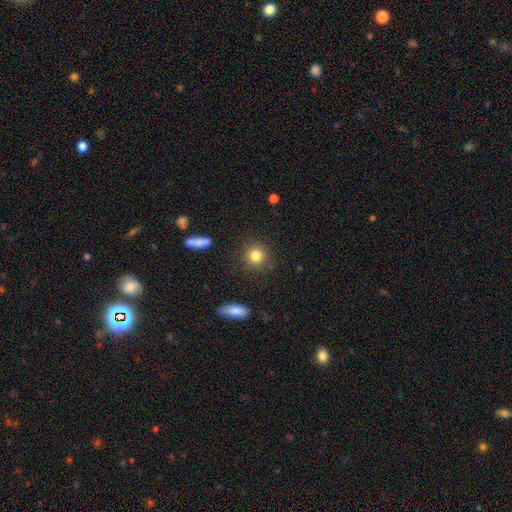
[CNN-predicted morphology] Overall: smooth (83%). How rounded: round (90%). Merging: none (87%).